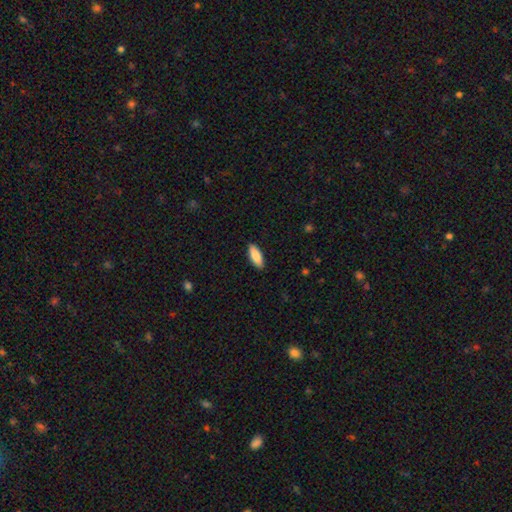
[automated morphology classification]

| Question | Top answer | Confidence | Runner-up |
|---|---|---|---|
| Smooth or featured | smooth | 87% | featured or disk (8%) |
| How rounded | in between | 76% | cigar-shaped (23%) |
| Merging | none | 90% | minor disturbance (8%) |